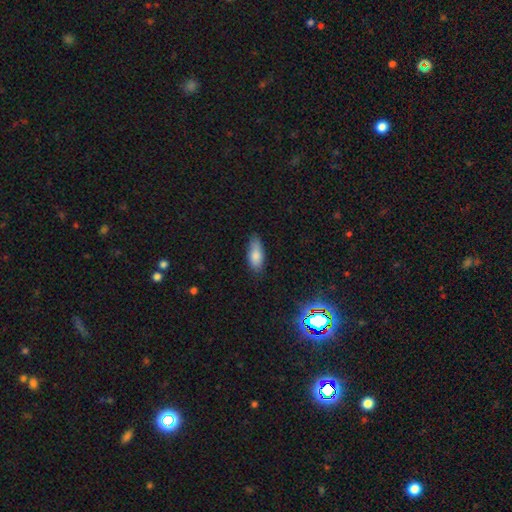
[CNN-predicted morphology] Smooth or featured? smooth (82%)
How rounded? in between (81%)
Merging? none (75%)